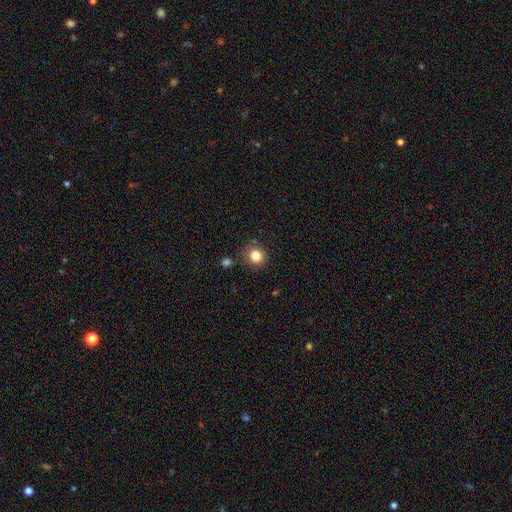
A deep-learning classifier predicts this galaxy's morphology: Q: Smooth or featured?
A: smooth (83%); runner-up: star or artifact (11%)
Q: How rounded?
A: round (89%); runner-up: in between (10%)
Q: Merging?
A: none (85%); runner-up: minor disturbance (9%)